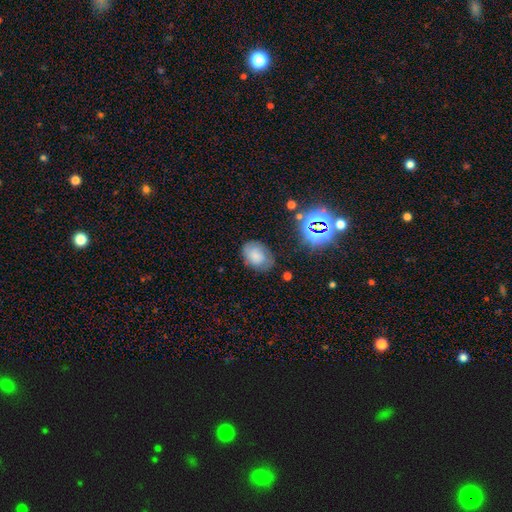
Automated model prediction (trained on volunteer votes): This appears to be a smooth galaxy with no disk features (68%) that is in between round and cigar-shaped (76%). Merging: none (69%).